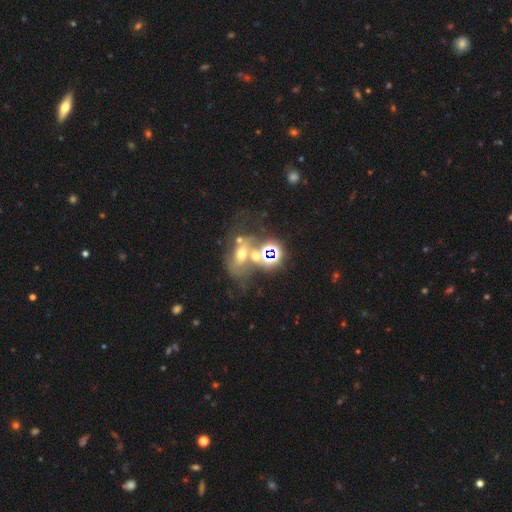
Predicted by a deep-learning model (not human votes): Morphology: type=featured or disk (36%); merging=merger (39%).